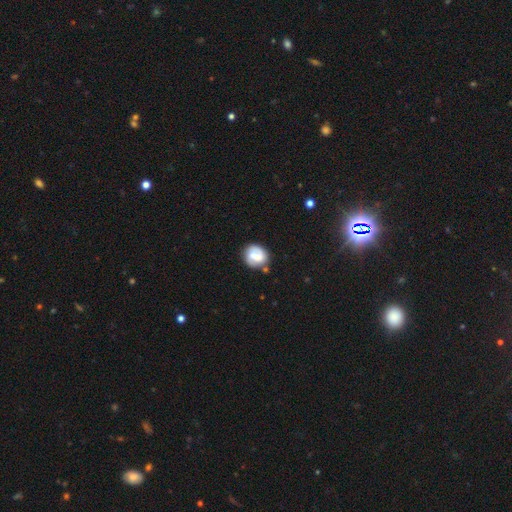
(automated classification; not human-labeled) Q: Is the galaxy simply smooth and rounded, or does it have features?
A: smooth — 49%.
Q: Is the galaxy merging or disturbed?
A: none — 70%.